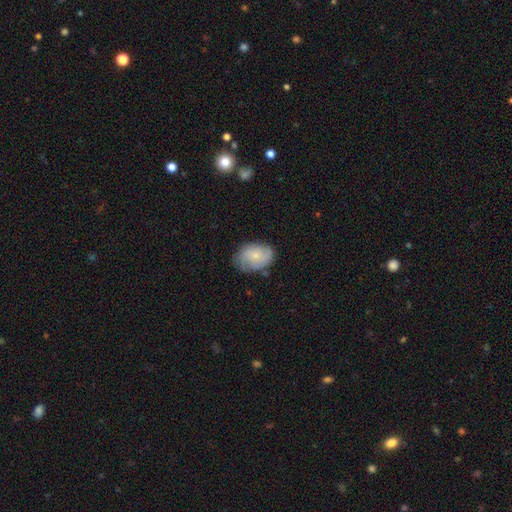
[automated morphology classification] Q: Smooth or featured?
A: smooth (58%); runner-up: featured or disk (35%)
Q: How rounded?
A: in between (71%); runner-up: round (28%)
Q: Merging?
A: none (65%); runner-up: minor disturbance (26%)